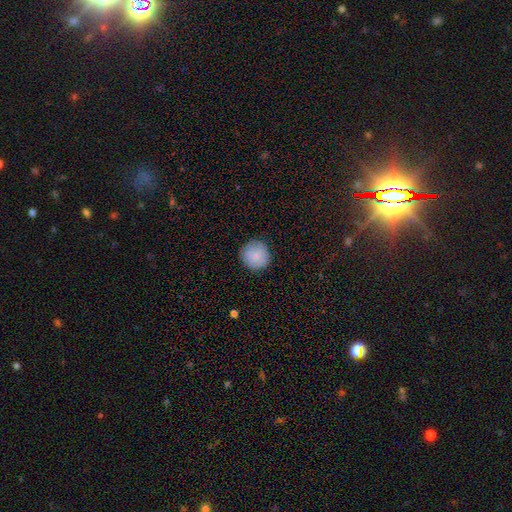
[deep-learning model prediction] smooth-or-featured: smooth: 84% | featured or disk: 8% | star or artifact: 7%
  how-rounded: round: 93% | in between: 6% | cigar-shaped: 1%
  merging: none: 87% | minor disturbance: 10% | major disturbance: 2% | merger: 1%